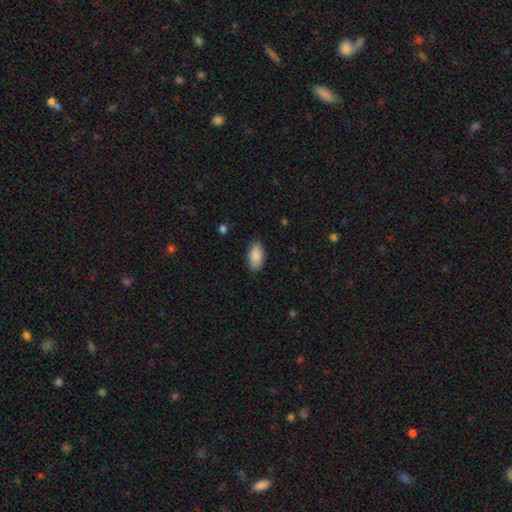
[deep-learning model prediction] Overall: smooth (89%). How rounded: in between (94%). Merging: none (86%).